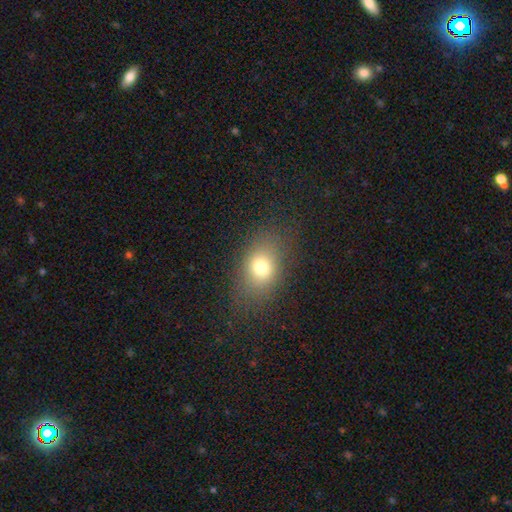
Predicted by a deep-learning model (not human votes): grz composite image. It shows a smooth galaxy with no disk features (74%) that is in between round and cigar-shaped (72%). Merging: none (81%).